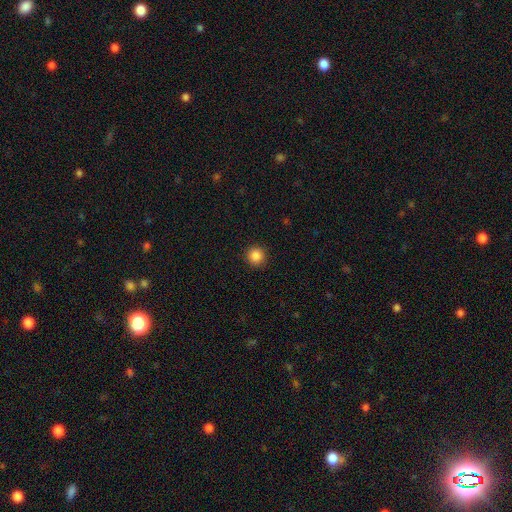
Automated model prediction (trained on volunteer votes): The model was most divided on "smooth or featured": smooth: 86%, star or artifact: 11%, featured or disk: 3%. More confident: how rounded — round (94%); merging — none (92%).